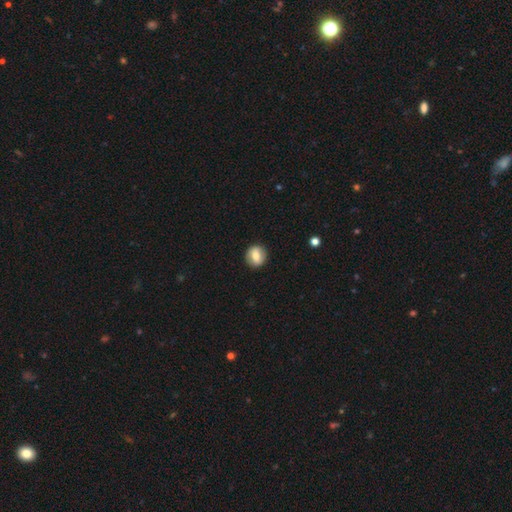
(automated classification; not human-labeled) Q: Smooth or featured?
A: smooth (62%); runner-up: featured or disk (30%)
Q: How rounded?
A: round (80%); runner-up: in between (18%)
Q: Merging?
A: none (89%); runner-up: minor disturbance (8%)